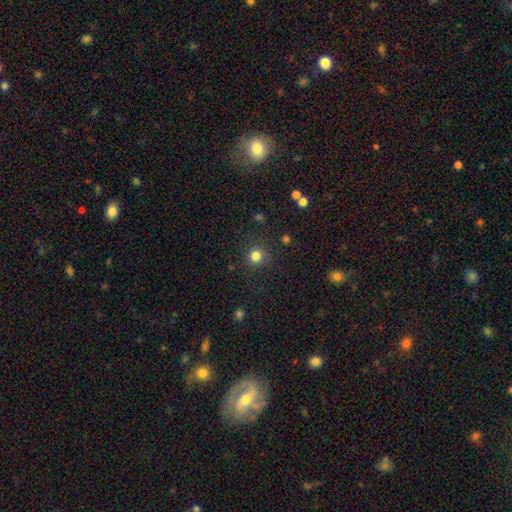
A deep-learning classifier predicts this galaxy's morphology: Smooth or featured?
  - smooth: 82% *
  - star or artifact: 13%
  - featured or disk: 5%
How rounded?
  - round: 91% *
  - in between: 8%
  - cigar-shaped: 1%
Merging?
  - none: 87% *
  - minor disturbance: 8%
  - major disturbance: 3%
  - merger: 2%